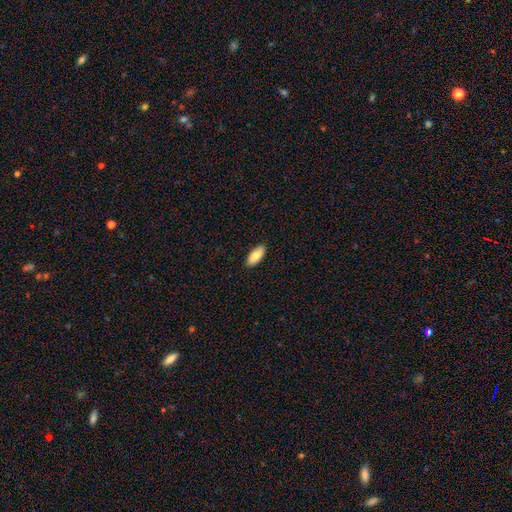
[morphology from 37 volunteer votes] Smooth or featured? smooth (86%)
How rounded? in between (91%)
Merging? none (94%)